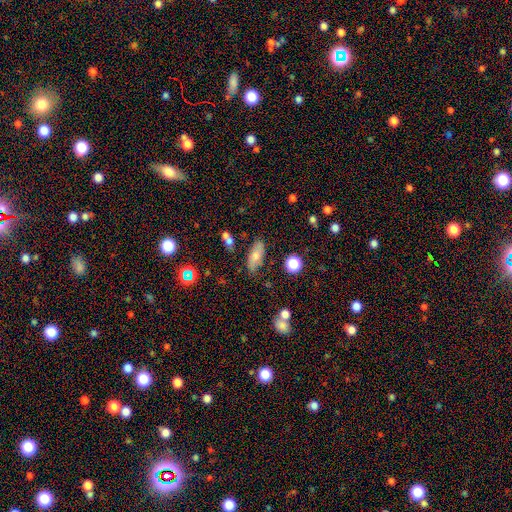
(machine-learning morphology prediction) Overall: smooth (65%; featured or disk 25%). How rounded: in between (79%). Merging: none (72%).